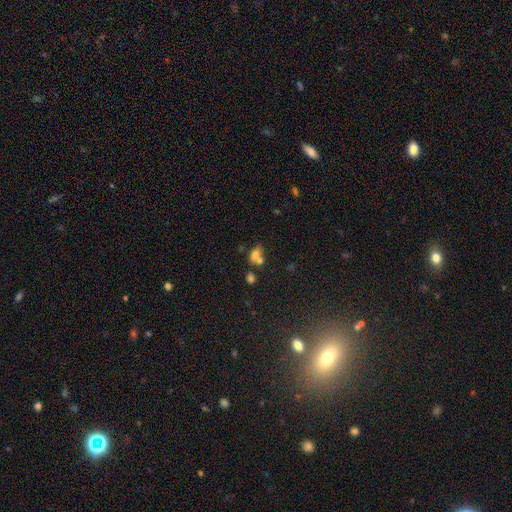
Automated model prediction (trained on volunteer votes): smooth_or_featured: smooth (p=0.68) [alt: featured or disk p=0.18]
how_rounded: in between (p=0.72) [alt: round p=0.24]
merging: merger (p=0.51) [alt: none p=0.33]